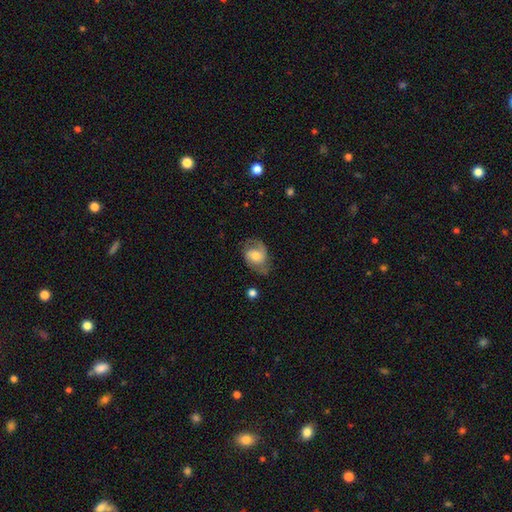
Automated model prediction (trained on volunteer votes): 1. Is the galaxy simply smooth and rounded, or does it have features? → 54% featured or disk, 39% smooth, 7% star or artifact.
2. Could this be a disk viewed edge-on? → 96% no, 4% yes.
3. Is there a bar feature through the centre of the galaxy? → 61% no, 32% weak, 8% strong.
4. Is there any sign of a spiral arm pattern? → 82% yes, 18% no.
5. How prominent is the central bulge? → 58% moderate, 29% small, 9% large, 2% none, 1% dominant.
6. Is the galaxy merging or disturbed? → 55% none, 27% minor disturbance, 16% major disturbance, 2% merger.